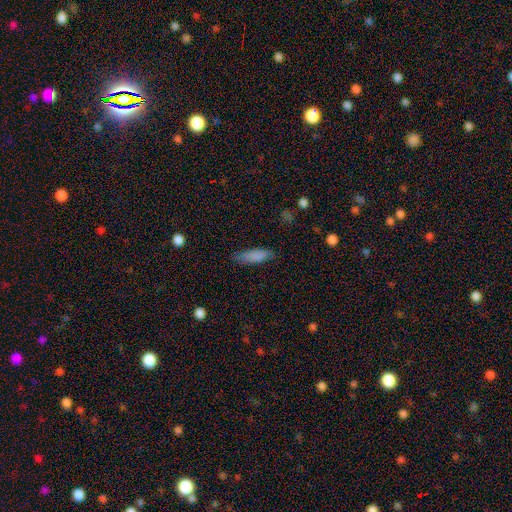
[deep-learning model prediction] smooth_or_featured: smooth (p=0.84) [alt: featured or disk p=0.09]
how_rounded: cigar-shaped (p=0.53) [alt: in between p=0.45]
merging: none (p=0.79) [alt: minor disturbance p=0.16]